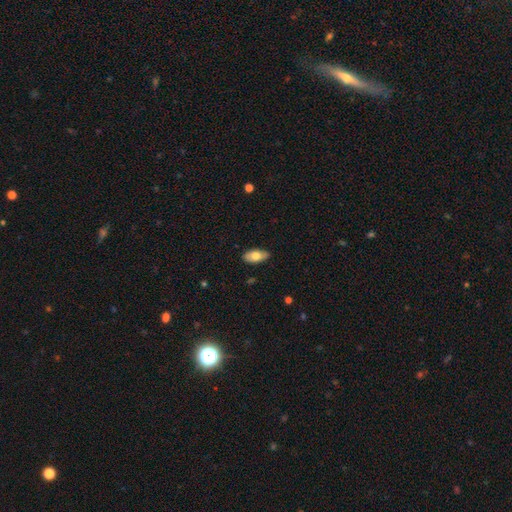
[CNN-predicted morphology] smooth-or-featured: smooth: 73% | featured or disk: 21% | star or artifact: 6%
  how-rounded: in between: 92% | cigar-shaped: 5% | round: 3%
  merging: none: 86% | minor disturbance: 12% | major disturbance: 2% | merger: 1%